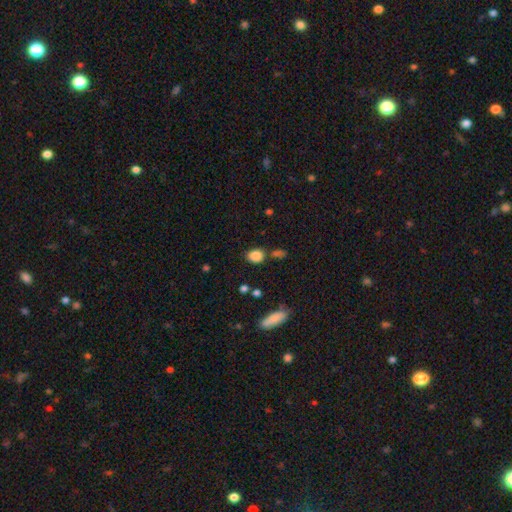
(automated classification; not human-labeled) This is clearly a smooth galaxy (85%). How rounded: possibly in between (59%). Merging: likely none (69%).